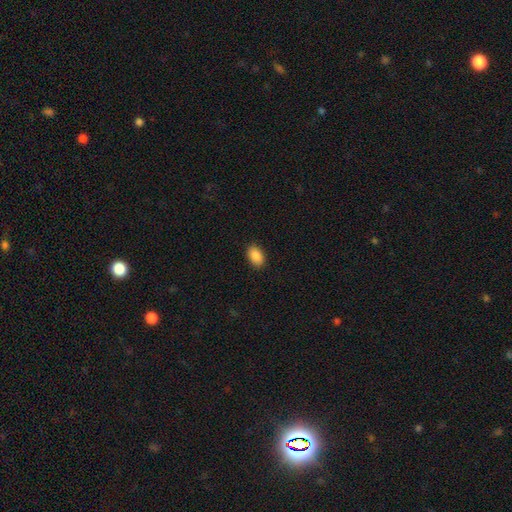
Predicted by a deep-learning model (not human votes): A smooth galaxy with no disk features (89%) that is in between round and cigar-shaped (89%).

Vote fractions:
- Smooth or featured? smooth: 89% / star or artifact: 8% / featured or disk: 3%
- How rounded? in between: 89% / round: 9% / cigar-shaped: 1%
- Merging? none: 89% / minor disturbance: 8% / major disturbance: 2% / merger: 1%